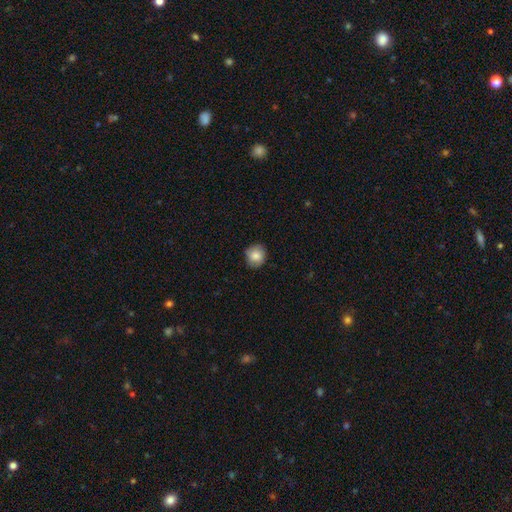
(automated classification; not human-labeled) smooth 83%, featured or disk 9%, star or artifact 8%. Down the decision tree: how rounded — round (83%); merging — none (82%).